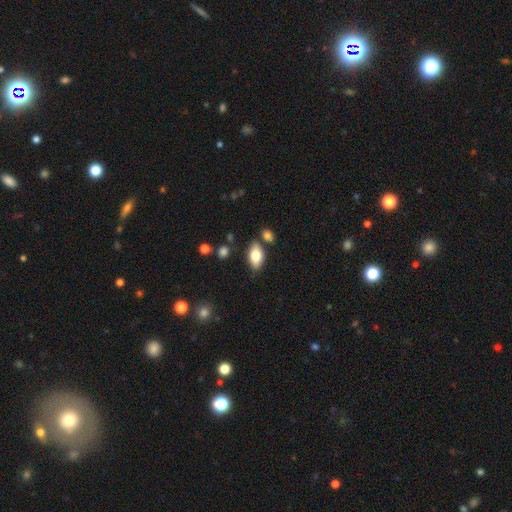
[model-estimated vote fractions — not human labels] A smooth galaxy with no disk features (77%) that is in between round and cigar-shaped (91%).

Vote fractions:
- Smooth or featured? smooth: 77% / featured or disk: 16% / star or artifact: 7%
- How rounded? in between: 91% / round: 5% / cigar-shaped: 4%
- Merging? none: 77% / minor disturbance: 13% / merger: 7% / major disturbance: 3%